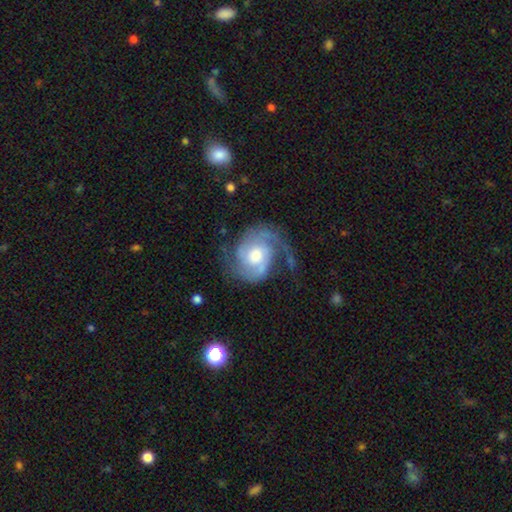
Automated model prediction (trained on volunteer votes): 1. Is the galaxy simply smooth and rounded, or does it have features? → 88% featured or disk, 6% smooth, 5% star or artifact.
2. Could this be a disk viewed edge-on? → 98% no, 2% yes.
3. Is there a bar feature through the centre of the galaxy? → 58% no, 34% weak, 8% strong.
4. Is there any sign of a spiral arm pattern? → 98% yes, 2% no.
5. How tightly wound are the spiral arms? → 47% medium, 40% tight, 13% loose.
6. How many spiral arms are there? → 78% 2, 7% 3, 6% can't tell, 5% 1, 2% 4, 2% more than 4.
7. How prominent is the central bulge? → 64% moderate, 19% large, 13% small, 2% none, 2% dominant.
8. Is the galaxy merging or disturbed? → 68% none, 18% minor disturbance, 12% major disturbance, 2% merger.